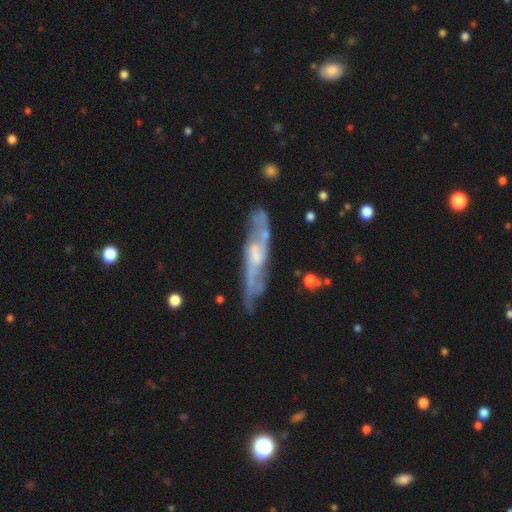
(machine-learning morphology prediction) smooth-or-featured: featured or disk: 77% | smooth: 17% | star or artifact: 6%
  disk-edge-on: no: 62% | yes: 38%
  merging: none: 66% | minor disturbance: 21% | major disturbance: 9% | merger: 4%